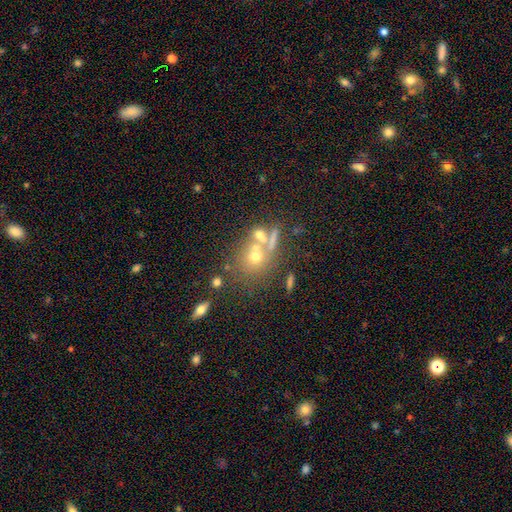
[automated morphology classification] smooth_or_featured: smooth (p=0.48) [alt: star or artifact p=0.31]
merging: none (p=0.50) [alt: merger p=0.34]